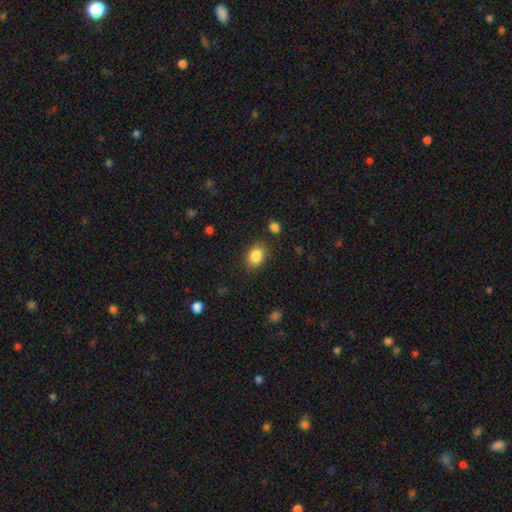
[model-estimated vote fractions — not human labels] smooth 86%, star or artifact 8%, featured or disk 6%. Down the decision tree: how rounded — in between (71%); merging — none (82%).